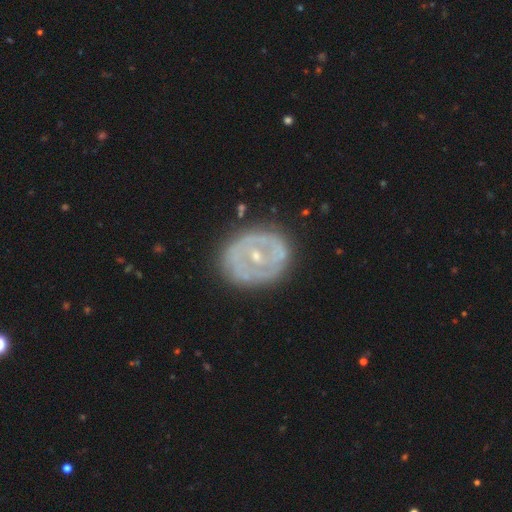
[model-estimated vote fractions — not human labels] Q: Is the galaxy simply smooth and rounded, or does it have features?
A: featured or disk — 70%.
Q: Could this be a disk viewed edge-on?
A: no — 95%.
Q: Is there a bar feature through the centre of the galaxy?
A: no — 55%.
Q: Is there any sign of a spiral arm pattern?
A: no — 66%.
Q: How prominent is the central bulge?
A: small — 61%.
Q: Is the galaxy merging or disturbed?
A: none — 77%.